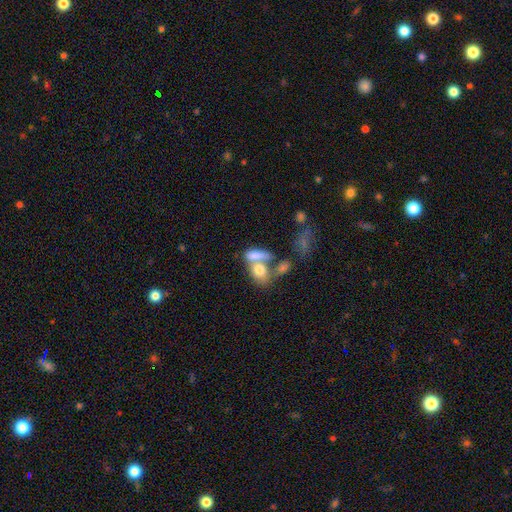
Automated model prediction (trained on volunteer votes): smooth_or_featured: smooth (p=0.73) [alt: featured or disk p=0.18]
how_rounded: in between (p=0.74) [alt: round p=0.16]
merging: merger (p=0.56) [alt: none p=0.26]